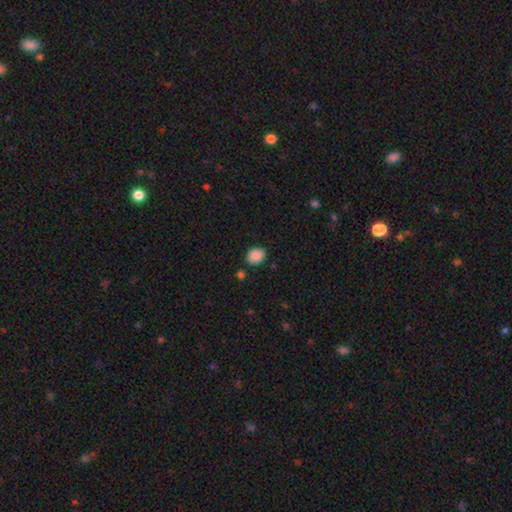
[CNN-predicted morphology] A smooth galaxy with no disk features (88%) that is round (54%). Merging: none (82%).